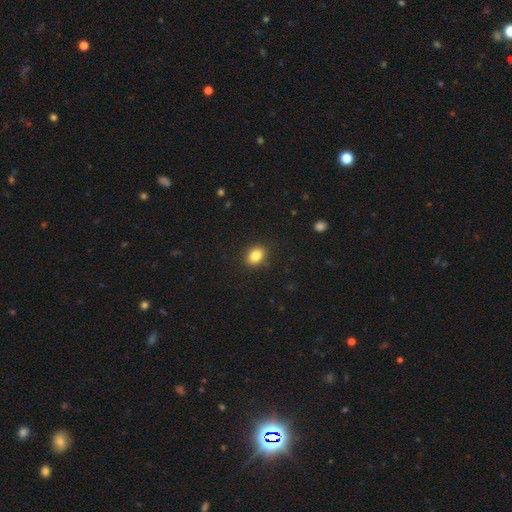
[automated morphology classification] smooth 85%, star or artifact 10%, featured or disk 6%. Down the decision tree: how rounded — in between (61%); merging — none (89%).